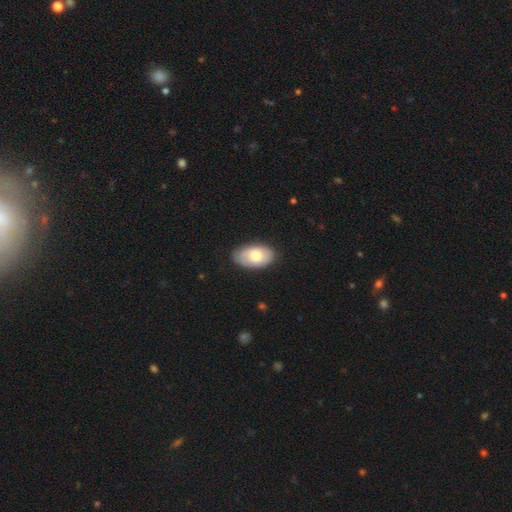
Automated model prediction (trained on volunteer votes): This appears to be a smooth galaxy with no disk features (69%) that is in between round and cigar-shaped (93%). Merging: none (80%).